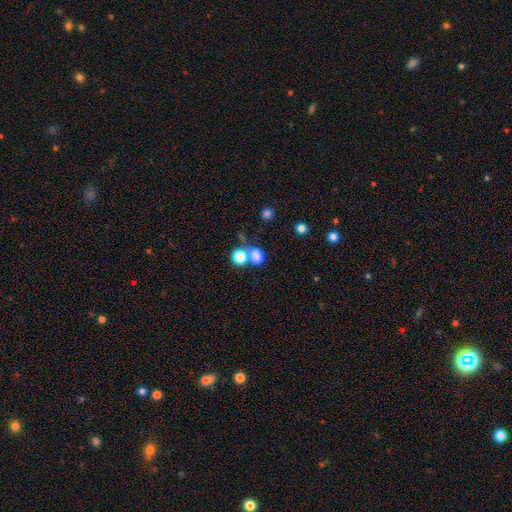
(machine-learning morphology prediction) smooth 79%, star or artifact 13%, featured or disk 8%. Down the decision tree: how rounded — round (61%); merging — none (44%).